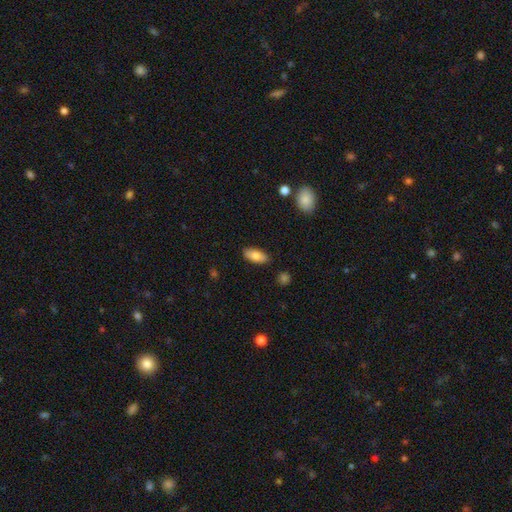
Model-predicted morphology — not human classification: This is clearly a smooth galaxy (81%). How rounded: clearly in between (88%). Merging: clearly none (86%).